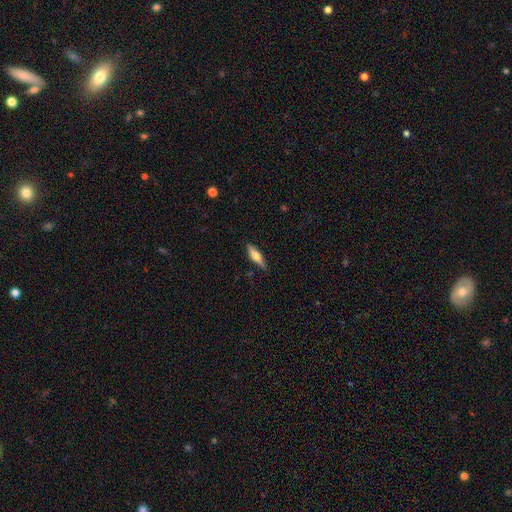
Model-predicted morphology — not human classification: type=smooth (51%); roundness=cigar-shaped (65%); merging=none (85%).